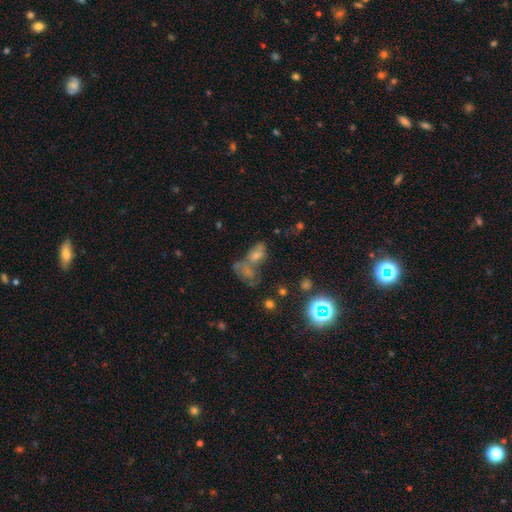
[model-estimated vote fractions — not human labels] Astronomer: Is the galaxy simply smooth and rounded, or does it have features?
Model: star or artifact — 40% (runner-up: smooth, 37%).